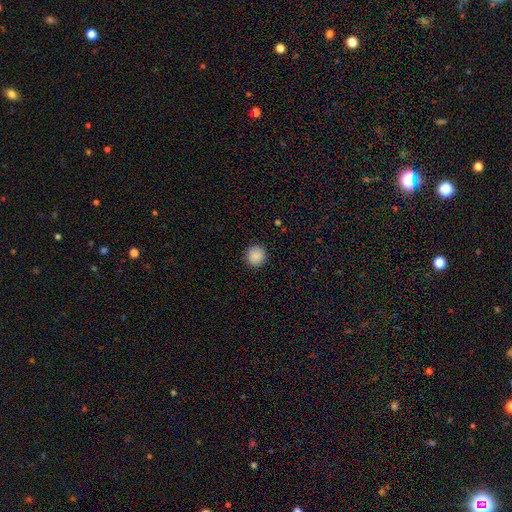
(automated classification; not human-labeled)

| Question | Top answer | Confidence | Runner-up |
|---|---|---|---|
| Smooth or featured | smooth | 89% | star or artifact (8%) |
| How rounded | round | 93% | in between (6%) |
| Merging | none | 92% | minor disturbance (6%) |